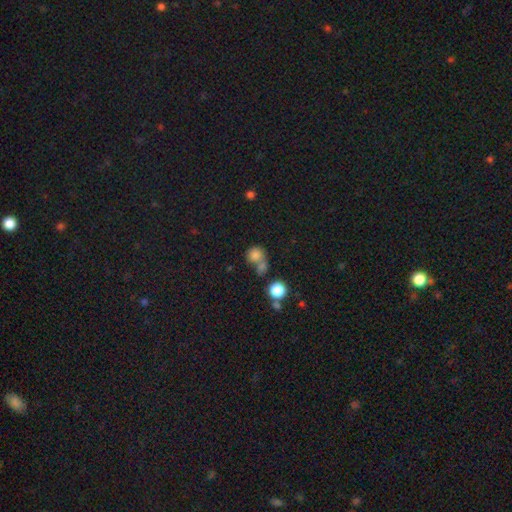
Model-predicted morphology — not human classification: Smooth or featured? smooth (78%)
How rounded? round (82%)
Merging? merger (44%)